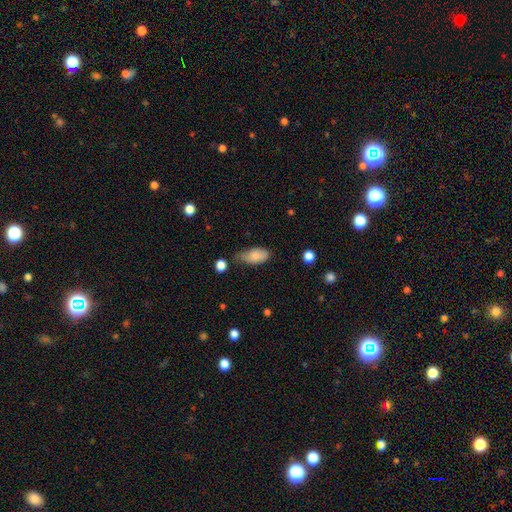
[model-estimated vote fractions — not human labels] Smooth or featured: smooth — 82% (featured or disk — 11%)
How rounded: in between — 89% (cigar-shaped — 7%)
Merging: none — 46% (minor disturbance — 41%)